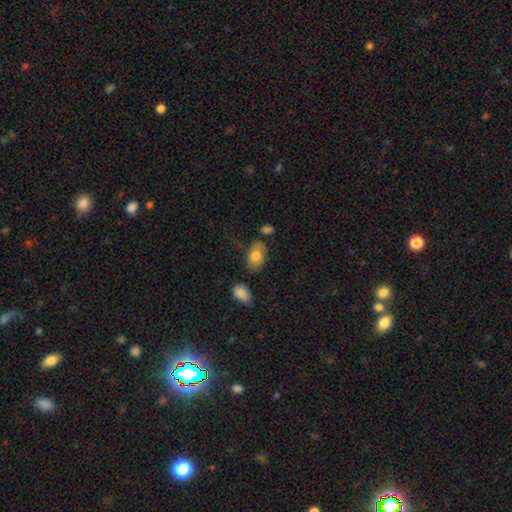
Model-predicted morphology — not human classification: A smooth galaxy with no disk features (79%) that is in between round and cigar-shaped (89%). Merging: none (67%).